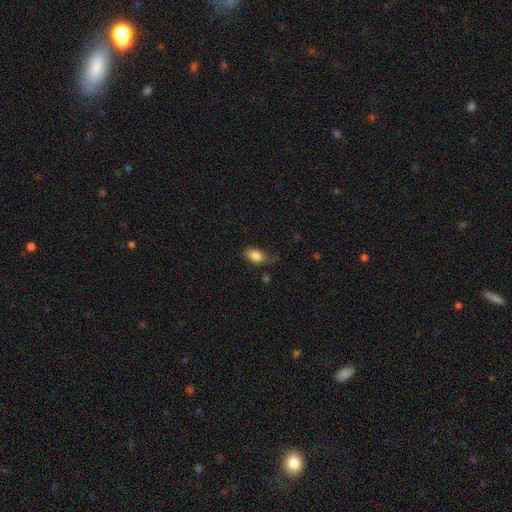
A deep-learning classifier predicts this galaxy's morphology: A smooth galaxy with no disk features (84%) that is in between round and cigar-shaped (88%).

Vote fractions:
- Smooth or featured? smooth: 84% / featured or disk: 9% / star or artifact: 8%
- How rounded? in between: 88% / round: 9% / cigar-shaped: 3%
- Merging? none: 58% / minor disturbance: 31% / major disturbance: 10% / merger: 2%